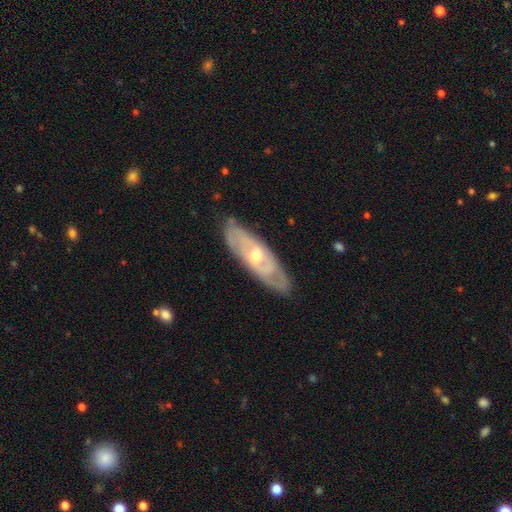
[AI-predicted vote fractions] Smooth or featured?
  - featured or disk: 77% *
  - smooth: 18%
  - star or artifact: 5%
Edge-on disk?
  - no: 77% *
  - yes: 23%
Bar?
  - no: 55% *
  - weak: 35%
  - strong: 10%
Spiral arms?
  - yes: 76% *
  - no: 24%
Bulge size?
  - moderate: 57% *
  - small: 39%
  - large: 2%
  - none: 1%
  - dominant: 1%
Merging?
  - none: 82% *
  - minor disturbance: 14%
  - major disturbance: 3%
  - merger: 1%